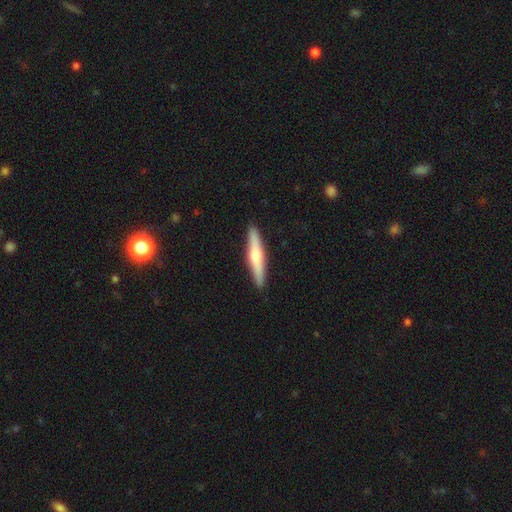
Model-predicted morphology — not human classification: featured or disk 55%, smooth 39%, star or artifact 6%. Down the decision tree: edge-on disk — yes (96%); edge-on bulge — rounded (86%); merging — none (91%).